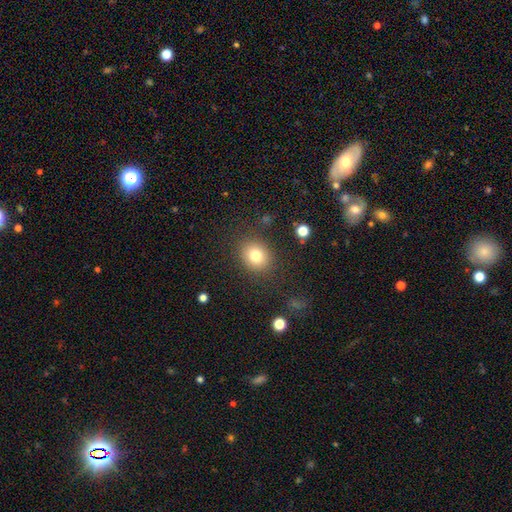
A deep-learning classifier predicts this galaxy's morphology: A smooth galaxy with no disk features (79%) that is round (70%). Merging: none (85%).